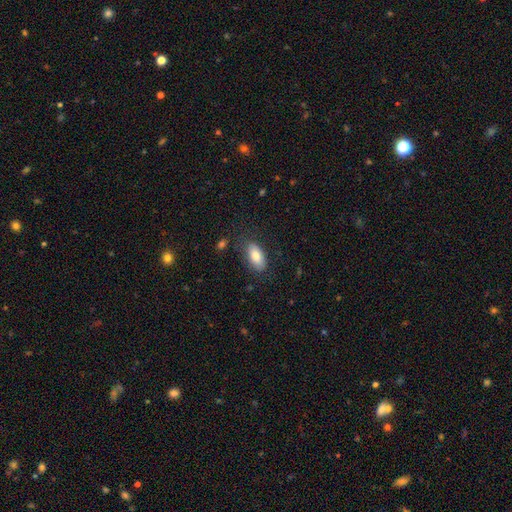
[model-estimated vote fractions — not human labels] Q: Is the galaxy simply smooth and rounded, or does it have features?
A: smooth — 79%.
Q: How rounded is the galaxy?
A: in between — 91%.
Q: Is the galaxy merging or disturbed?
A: none — 79%.